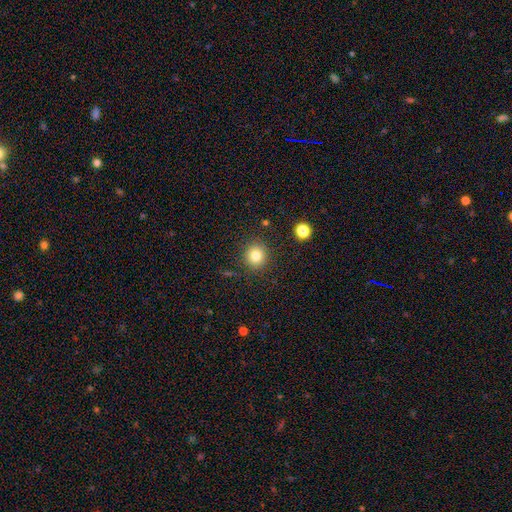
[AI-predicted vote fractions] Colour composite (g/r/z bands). It shows a smooth galaxy with no disk features (81%) that is round (91%). Merging: none (89%).